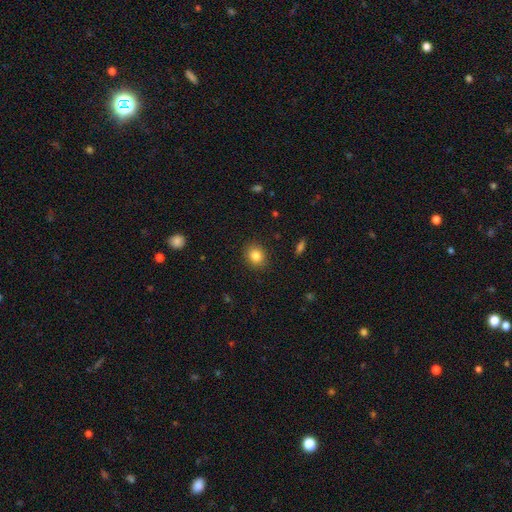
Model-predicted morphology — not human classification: This is clearly a smooth galaxy (83%). How rounded: likely round (69%). Merging: clearly none (89%).